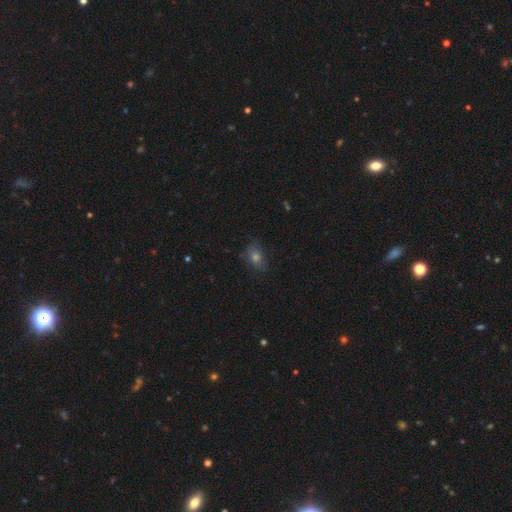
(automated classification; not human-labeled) Overall: smooth (60%; star or artifact 23%). How rounded: in between (64%; round 34%). Merging: none (76%).